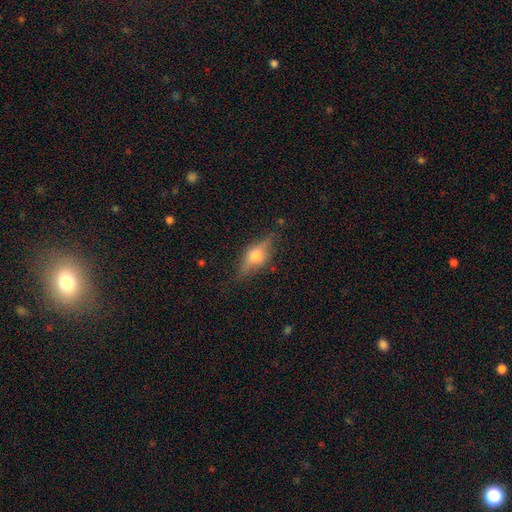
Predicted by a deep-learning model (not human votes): A featured or disk galaxy (57%) viewed edge-on (91%) with a rounded central bulge (94%).

Vote fractions:
- Smooth or featured? featured or disk: 57% / smooth: 35% / star or artifact: 8%
- Edge-on disk? yes: 91% / no: 9%
- Edge-on bulge? rounded: 94% / boxy: 4% / none: 2%
- Merging? none: 80% / minor disturbance: 15% / major disturbance: 4% / merger: 1%